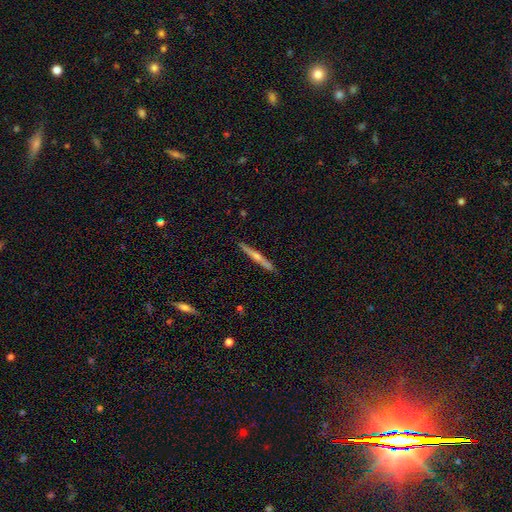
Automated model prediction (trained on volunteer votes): smooth-or-featured: featured or disk: 67% | smooth: 27% | star or artifact: 6%
  disk-edge-on: yes: 98% | no: 2%
    edge-on-bulge: rounded: 73% | none: 20% | boxy: 7%
  merging: none: 90% | minor disturbance: 8% | major disturbance: 1% | merger: 1%